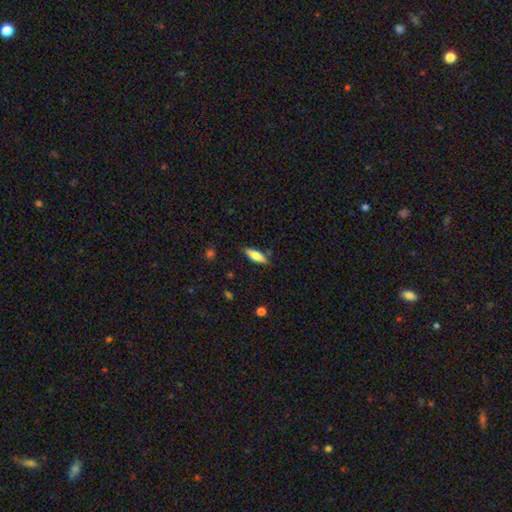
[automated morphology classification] smooth-or-featured: smooth: 73% | featured or disk: 21% | star or artifact: 6%
  how-rounded: in between: 52% | cigar-shaped: 46% | round: 2%
  merging: none: 83% | minor disturbance: 12% | major disturbance: 2% | merger: 2%